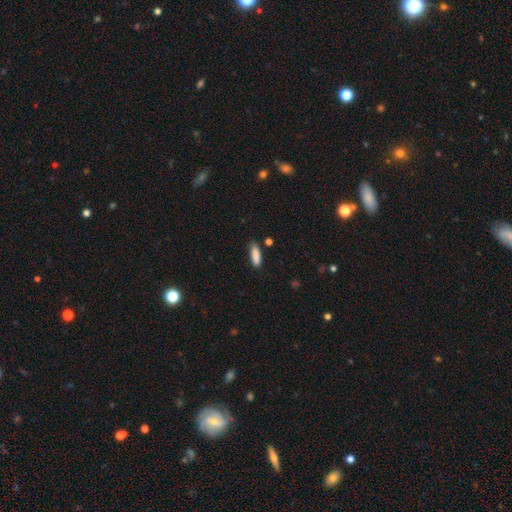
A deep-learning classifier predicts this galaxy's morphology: Smooth or featured? Predicted: smooth (p=0.88). How rounded? Predicted: in between (p=0.49, tied with cigar-shaped). Merging? Predicted: none (p=0.77).